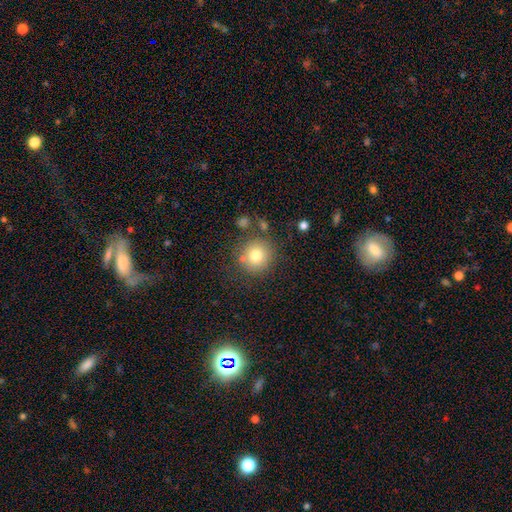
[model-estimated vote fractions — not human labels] smooth-or-featured: smooth: 77% | star or artifact: 12% | featured or disk: 12%
  how-rounded: round: 93% | in between: 7% | cigar-shaped: 1%
  merging: none: 78% | minor disturbance: 10% | merger: 7% | major disturbance: 4%